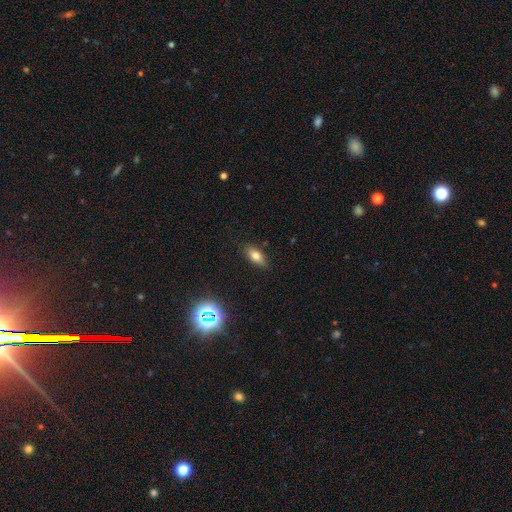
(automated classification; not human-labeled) Smooth or featured?
  - smooth: 74% *
  - featured or disk: 13%
  - star or artifact: 13%
How rounded?
  - in between: 83% *
  - cigar-shaped: 11%
  - round: 6%
Merging?
  - none: 82% *
  - minor disturbance: 13%
  - major disturbance: 3%
  - merger: 1%